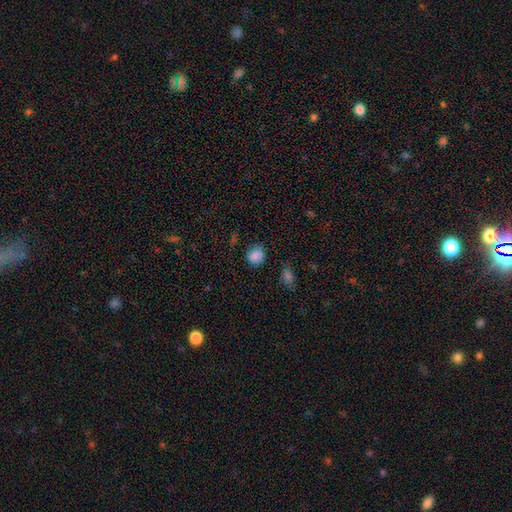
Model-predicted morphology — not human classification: A smooth galaxy with no disk features (82%) that is round (73%). Merging: none (72%).